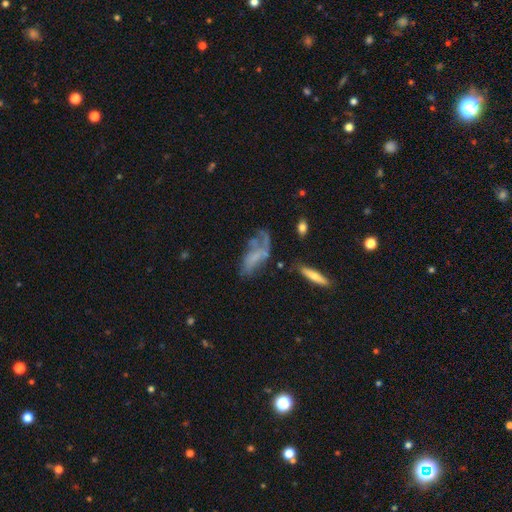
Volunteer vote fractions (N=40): A featured or disk galaxy (70%) with no bar (60%), 1 (57%) loose (71%) spiral arms (56%) and no central bulge (76%).

Vote fractions:
- Smooth or featured? featured or disk: 70% / smooth: 20% / star or artifact: 10%
- Edge-on disk? no: 89% / yes: 11%
- Bar? no: 60% / strong: 20% / weak: 20%
- Spiral arms? yes: 56% / no: 44%
- Spiral winding? loose: 71% / medium: 21% / tight: 7%
- Spiral arm count? 1: 57% / can't tell: 21% / 2: 14% / 3: 7% / 4: 0% / more than 4: 0%
- Bulge size? none: 76% / small: 16% / dominant: 4% / moderate: 4% / large: 0%
- Merging? major disturbance: 50% / none: 22% / minor disturbance: 22% / merger: 6%